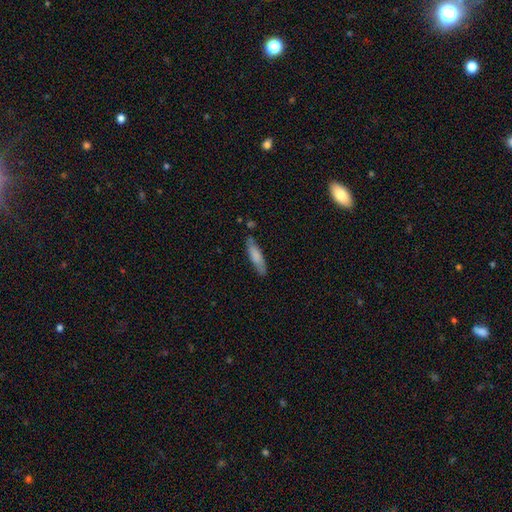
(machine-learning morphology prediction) Smooth or featured? Predicted: smooth (p=0.76). How rounded? Predicted: cigar-shaped (p=0.68). Merging? Predicted: none (p=0.74).